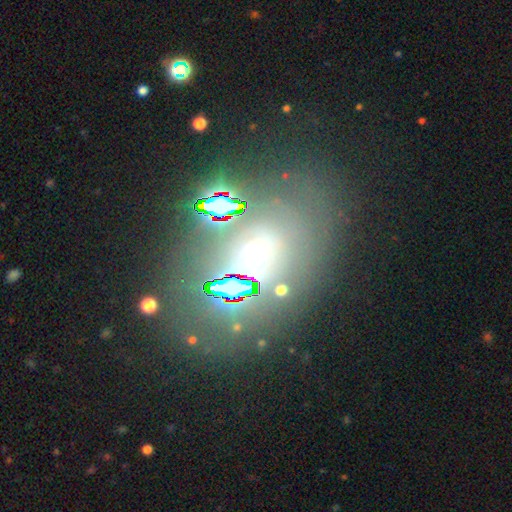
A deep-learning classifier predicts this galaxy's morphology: Q: Smooth or featured?
A: star or artifact (40%); runner-up: smooth (33%)